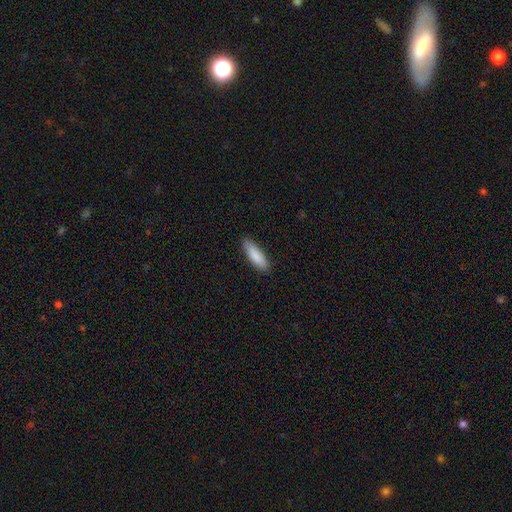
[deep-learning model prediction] Q: Smooth or featured?
A: smooth (87%); runner-up: featured or disk (7%)
Q: How rounded?
A: cigar-shaped (59%); runner-up: in between (39%)
Q: Merging?
A: none (87%); runner-up: minor disturbance (10%)